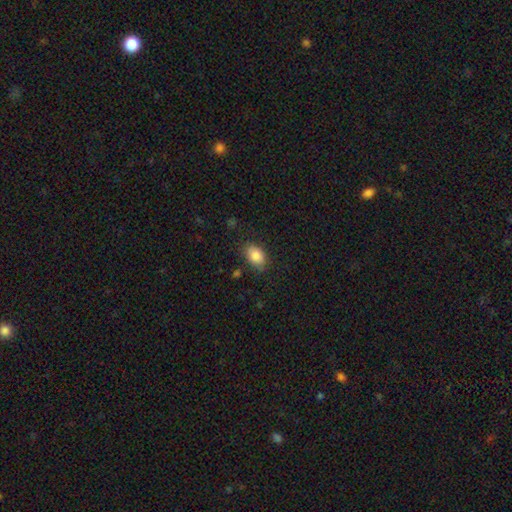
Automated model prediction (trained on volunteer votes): Smooth or featured? smooth (86%)
How rounded? in between (86%)
Merging? none (79%)